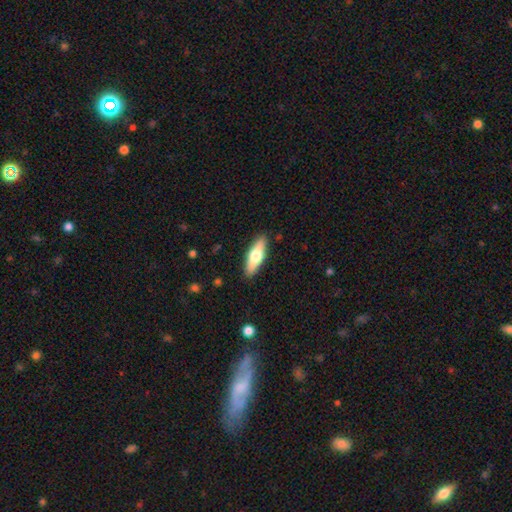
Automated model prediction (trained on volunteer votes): A smooth galaxy with no disk features (57%) that is in between round and cigar-shaped (53%). Merging: none (89%).